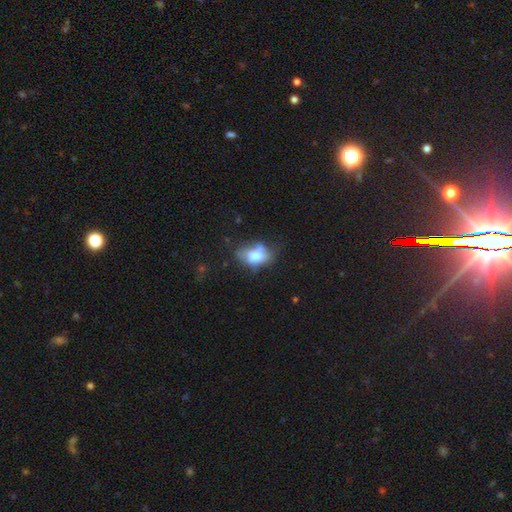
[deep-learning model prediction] The model was most divided on "merging": none: 35%, minor disturbance: 29%, major disturbance: 23%, merger: 13%. More confident: how rounded — in between (82%); smooth or featured — smooth (63%).